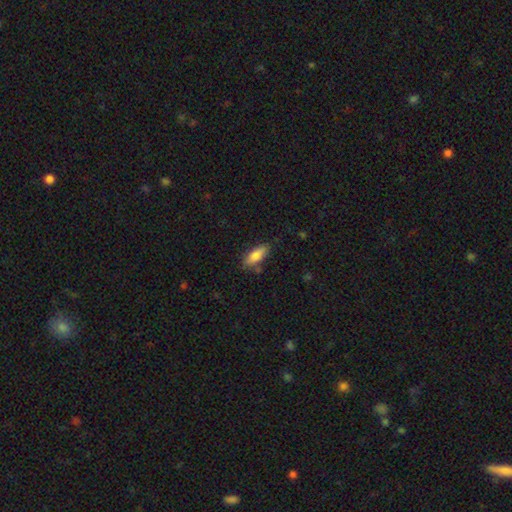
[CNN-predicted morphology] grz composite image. It shows a smooth galaxy with no disk features (79%) that is in between round and cigar-shaped (73%). Merging: none (78%).